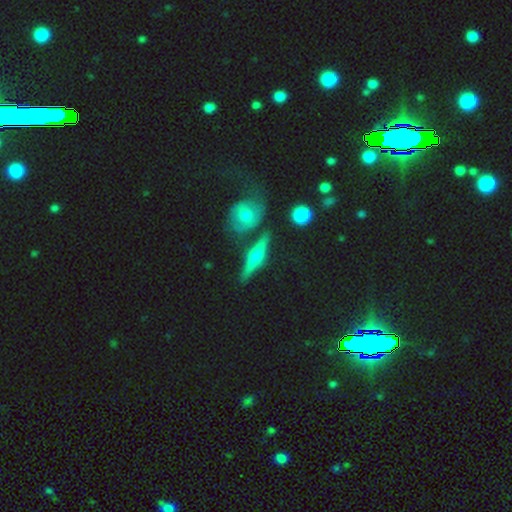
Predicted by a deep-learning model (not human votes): Smooth or featured? Predicted: featured or disk (p=0.76). Edge-on disk? Predicted: yes (p=0.95). Edge-on bulge? Predicted: rounded (p=0.94). Merging? Predicted: none (p=0.81).